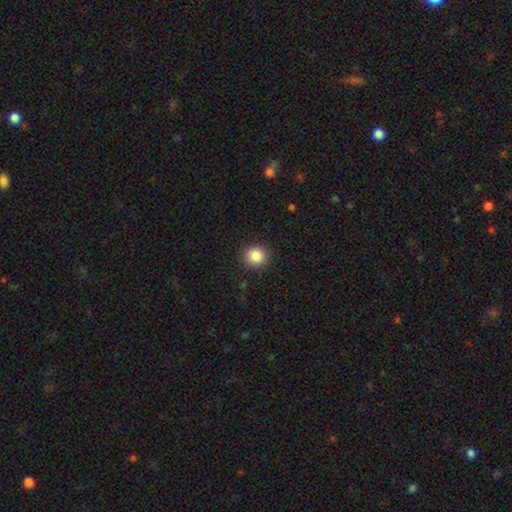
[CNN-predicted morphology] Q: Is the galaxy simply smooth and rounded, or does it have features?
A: smooth — 86%.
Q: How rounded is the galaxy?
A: round — 92%.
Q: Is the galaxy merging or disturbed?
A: none — 91%.